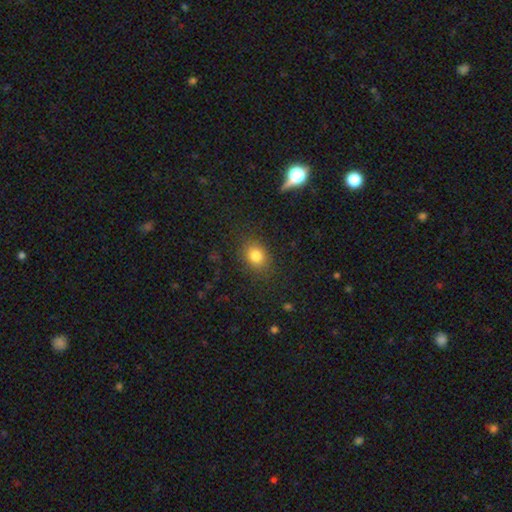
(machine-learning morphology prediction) This appears to be a smooth galaxy with no disk features (81%) that is round (50%). Merging: none (84%).